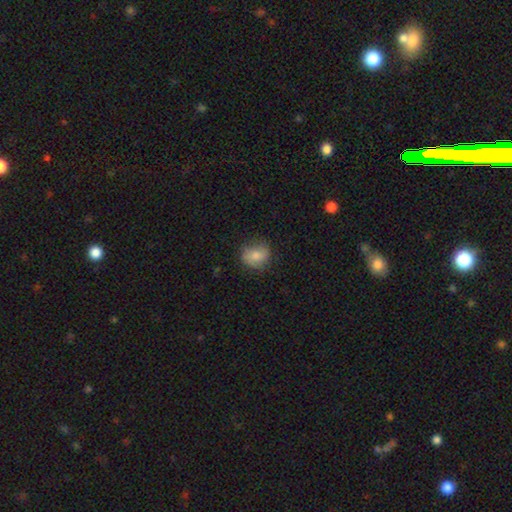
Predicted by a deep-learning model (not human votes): This is likely a smooth galaxy (78%). How rounded: likely round (63%). Merging: likely none (71%).